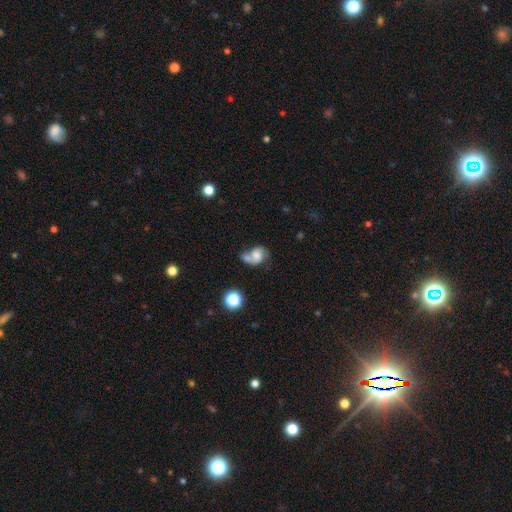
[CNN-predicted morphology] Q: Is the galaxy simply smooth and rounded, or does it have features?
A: smooth — 54%.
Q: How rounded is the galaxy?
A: round — 50%.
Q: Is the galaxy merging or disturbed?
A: merger — 50%.